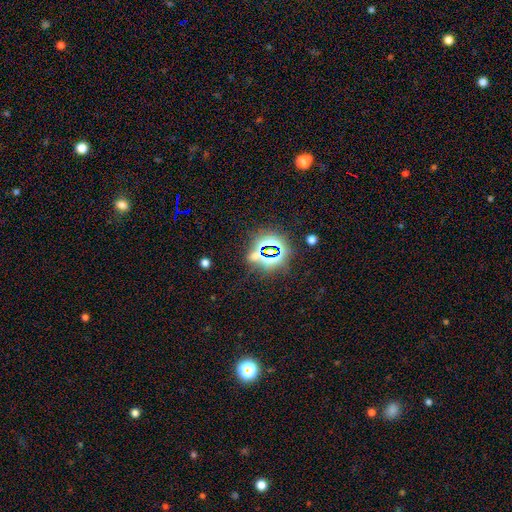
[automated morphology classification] star or artifact 70%, smooth 21%, featured or disk 9%.